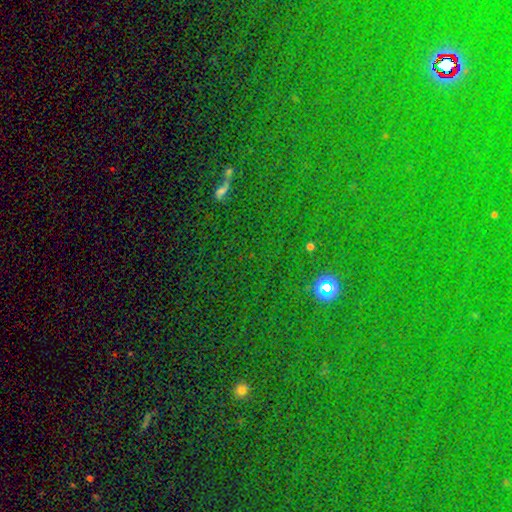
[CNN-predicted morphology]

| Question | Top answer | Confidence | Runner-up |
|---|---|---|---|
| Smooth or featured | star or artifact | 77% | smooth (14%) |